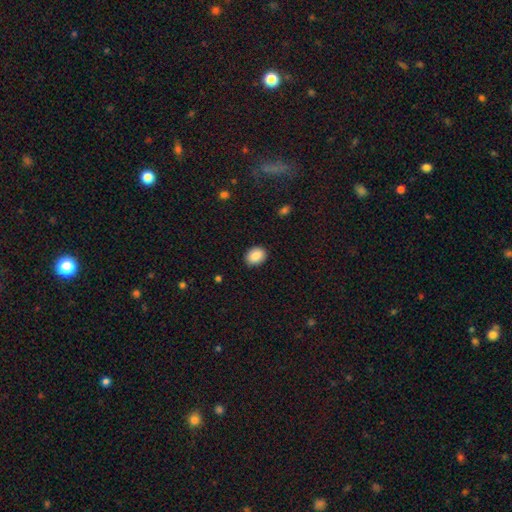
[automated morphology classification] Smooth or featured?
  - smooth: 88% *
  - star or artifact: 8%
  - featured or disk: 4%
How rounded?
  - in between: 52% *
  - round: 47%
  - cigar-shaped: 1%
Merging?
  - none: 89% *
  - minor disturbance: 8%
  - major disturbance: 2%
  - merger: 1%